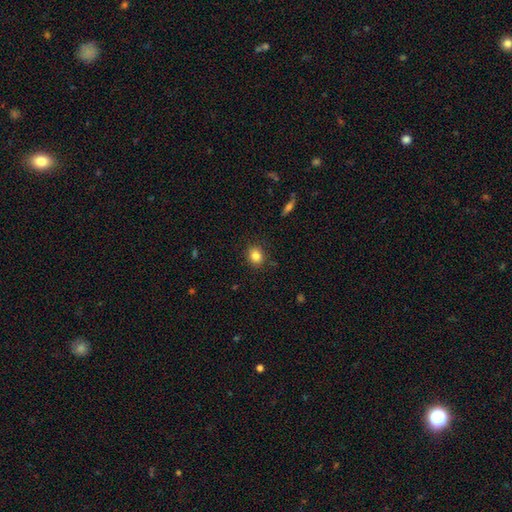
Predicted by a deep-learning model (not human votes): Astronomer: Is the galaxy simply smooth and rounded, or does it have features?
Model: smooth — 83%.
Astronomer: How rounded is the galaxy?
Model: round — 72%.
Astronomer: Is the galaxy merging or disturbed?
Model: none — 88%.